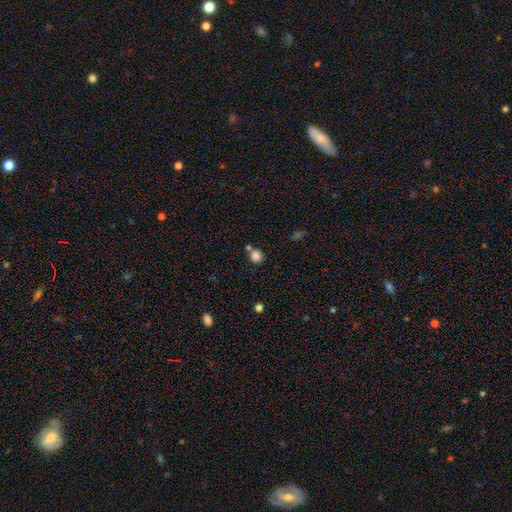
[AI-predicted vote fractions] This is clearly a smooth galaxy (84%). How rounded: clearly round (88%). Merging: likely none (67%).